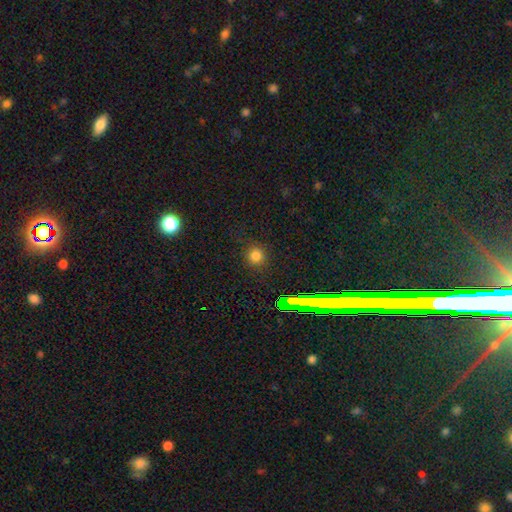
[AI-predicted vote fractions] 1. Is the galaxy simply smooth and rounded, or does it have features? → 76% smooth, 18% star or artifact, 6% featured or disk.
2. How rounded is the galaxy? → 90% round, 9% in between, 1% cigar-shaped.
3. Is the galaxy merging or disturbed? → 87% none, 9% minor disturbance, 4% major disturbance, 1% merger.